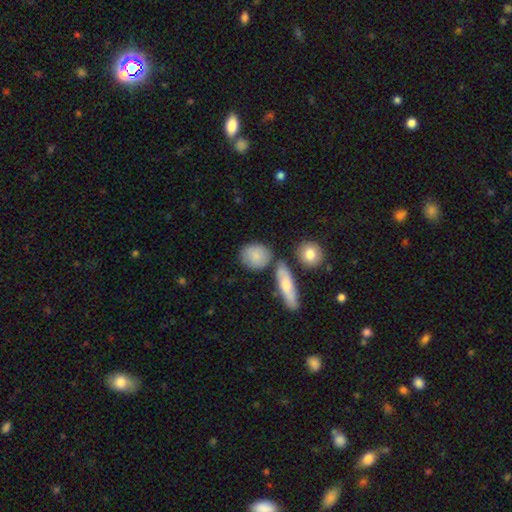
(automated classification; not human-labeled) smooth_or_featured: smooth (p=0.82) [alt: featured or disk p=0.11]
how_rounded: round (p=0.62) [alt: in between p=0.35]
merging: none (p=0.71) [alt: minor disturbance p=0.14]